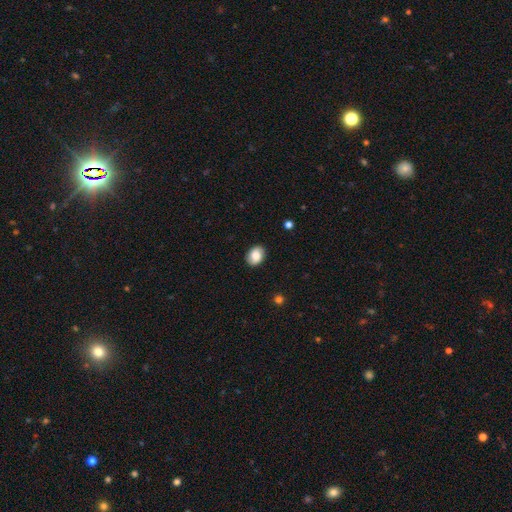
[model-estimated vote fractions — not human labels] Overall: smooth (78%). How rounded: in between (72%). Merging: none (87%).